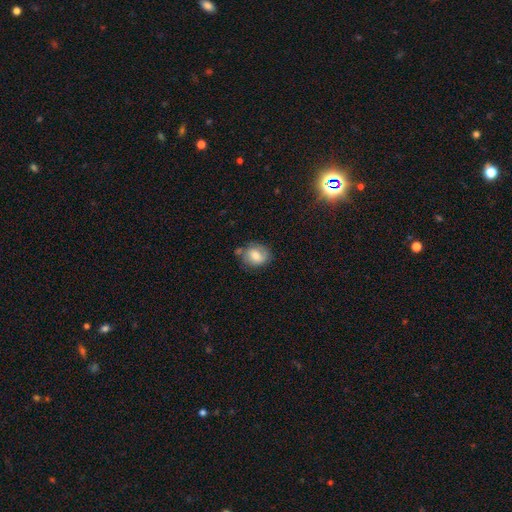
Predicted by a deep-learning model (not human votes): Morphology: type=smooth (71%); roundness=round (57%); merging=none (64%).